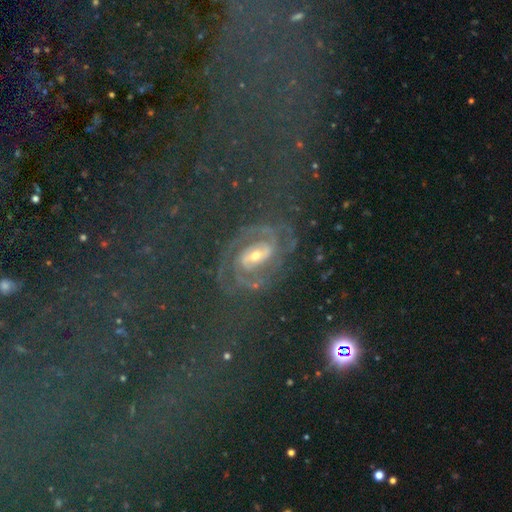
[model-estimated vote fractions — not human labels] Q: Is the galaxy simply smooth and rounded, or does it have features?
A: featured or disk — 52%.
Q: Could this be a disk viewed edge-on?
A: no — 93%.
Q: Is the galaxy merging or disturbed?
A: none — 69%.